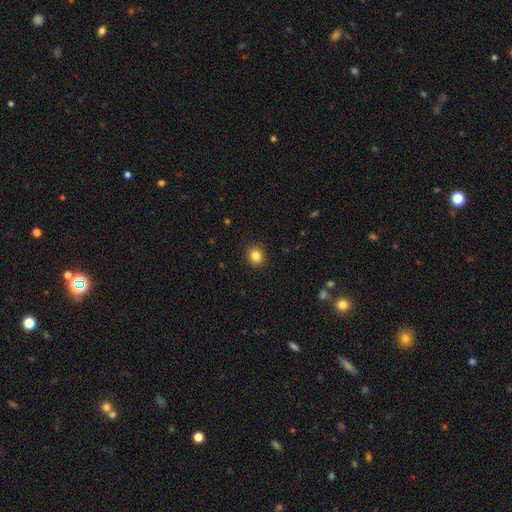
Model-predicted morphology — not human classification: smooth 84%, star or artifact 11%, featured or disk 5%. Down the decision tree: how rounded — round (80%); merging — none (91%).